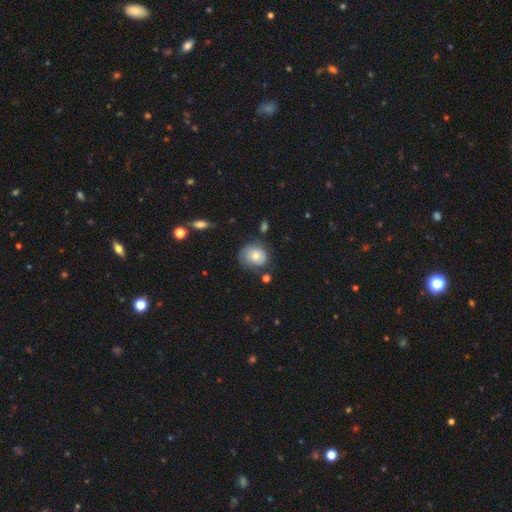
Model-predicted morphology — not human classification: Overall: smooth (67%). How rounded: round (68%; in between 31%). Merging: none (57%; minor disturbance 29%).